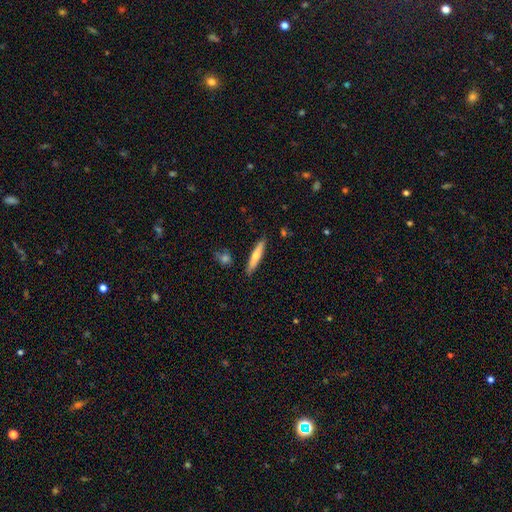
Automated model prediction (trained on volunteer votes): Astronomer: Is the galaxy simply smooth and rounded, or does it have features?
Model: smooth — 60%.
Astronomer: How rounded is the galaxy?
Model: cigar-shaped — 88%.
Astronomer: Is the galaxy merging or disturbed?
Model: none — 87%.